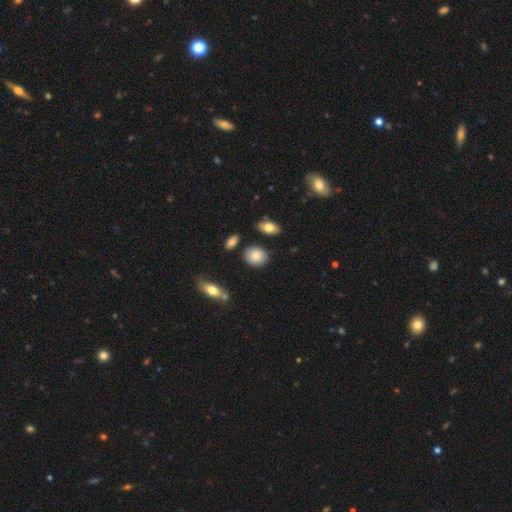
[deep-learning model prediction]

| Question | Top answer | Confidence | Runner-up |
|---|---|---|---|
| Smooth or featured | smooth | 84% | featured or disk (9%) |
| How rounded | round | 57% | in between (41%) |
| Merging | none | 82% | minor disturbance (11%) |